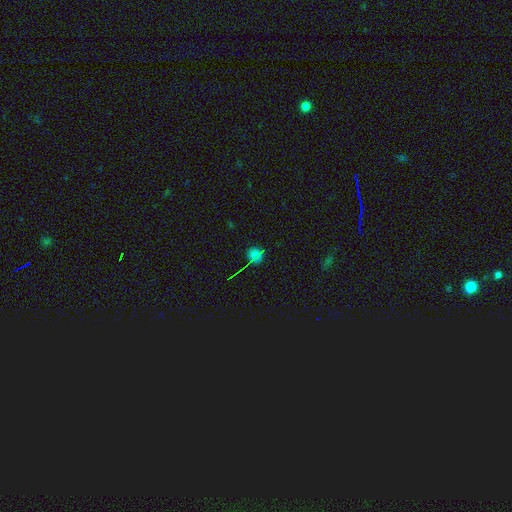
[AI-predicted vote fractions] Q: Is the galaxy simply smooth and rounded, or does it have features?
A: smooth — 58%.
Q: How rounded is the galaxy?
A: round — 84%.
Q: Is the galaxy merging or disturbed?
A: none — 79%.